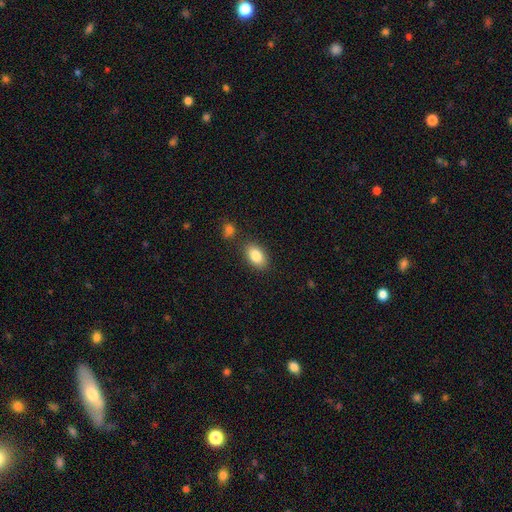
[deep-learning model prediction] This appears to be a smooth galaxy with no disk features (85%) that is in between round and cigar-shaped (91%). Merging: none (81%).